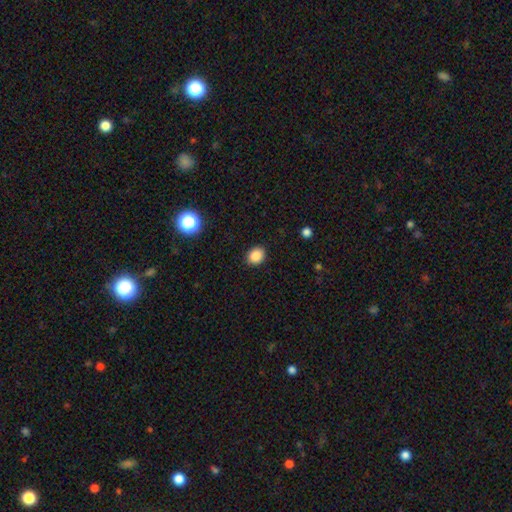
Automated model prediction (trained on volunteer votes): The model was most divided on "how rounded": round: 55%, in between: 44%, cigar-shaped: 1%. More confident: merging — none (89%); smooth or featured — smooth (86%).